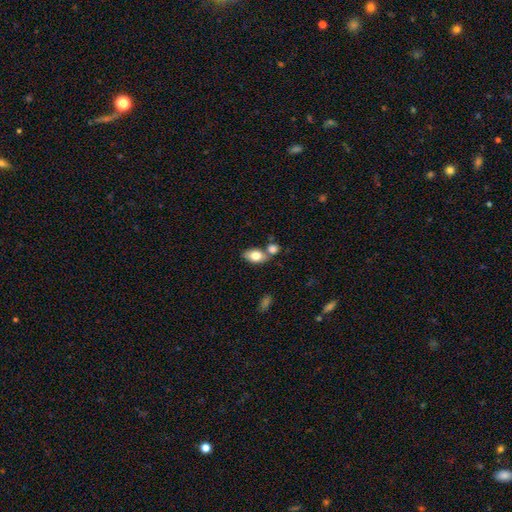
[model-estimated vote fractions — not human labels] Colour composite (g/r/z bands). It shows a smooth galaxy with no disk features (78%) that is in between round and cigar-shaped (87%). Merging: none (54%).